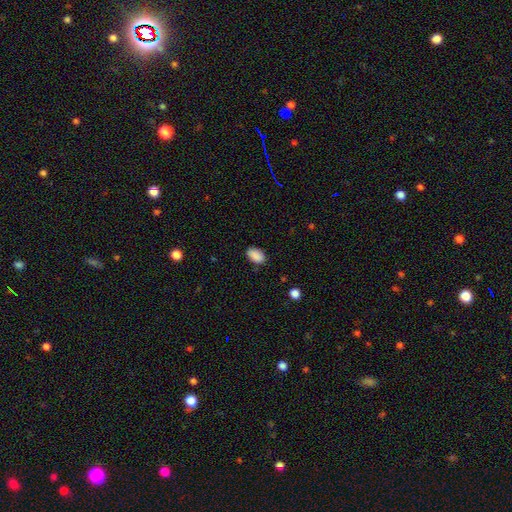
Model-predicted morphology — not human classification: Q: Smooth or featured?
A: smooth (89%); runner-up: star or artifact (8%)
Q: How rounded?
A: in between (90%); runner-up: round (8%)
Q: Merging?
A: none (84%); runner-up: minor disturbance (12%)